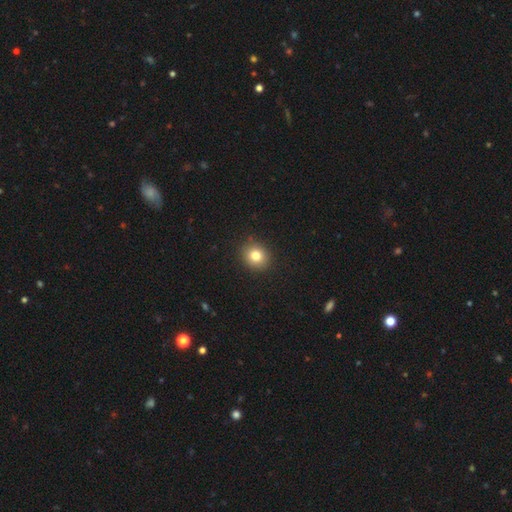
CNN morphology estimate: A smooth galaxy with no disk features (80%) that is round (81%).

Vote fractions:
- Smooth or featured? smooth: 80% / star or artifact: 11% / featured or disk: 9%
- How rounded? round: 81% / in between: 18% / cigar-shaped: 1%
- Merging? none: 90% / minor disturbance: 7% / major disturbance: 2% / merger: 1%